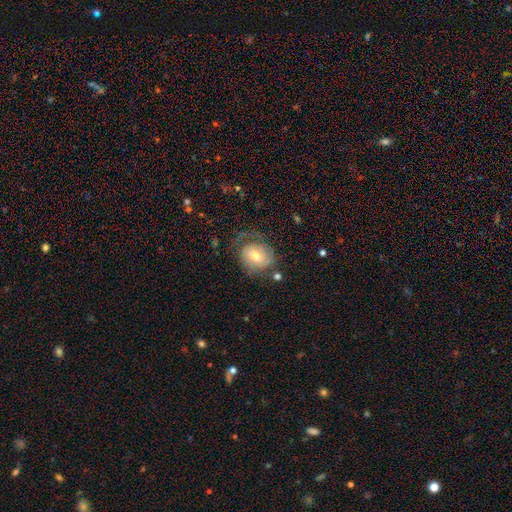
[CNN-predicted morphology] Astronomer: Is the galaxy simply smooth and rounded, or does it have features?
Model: featured or disk — 55% (runner-up: smooth, 37%).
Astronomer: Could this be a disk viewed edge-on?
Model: no — 96%.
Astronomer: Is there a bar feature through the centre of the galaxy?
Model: weak — 46% (runner-up: no, 41%).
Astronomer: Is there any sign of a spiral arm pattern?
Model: yes — 77%.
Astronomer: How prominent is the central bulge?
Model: moderate — 67%.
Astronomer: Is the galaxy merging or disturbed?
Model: none — 51%.